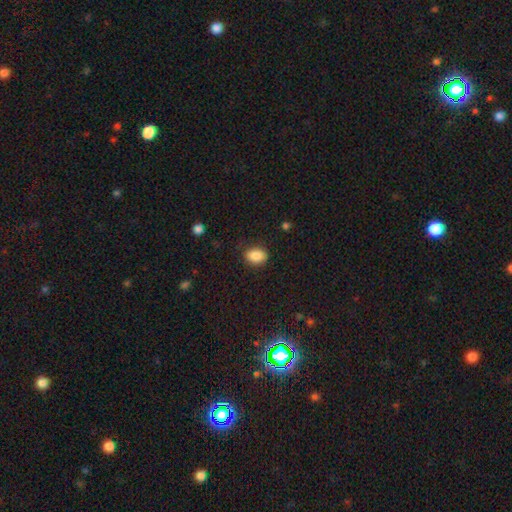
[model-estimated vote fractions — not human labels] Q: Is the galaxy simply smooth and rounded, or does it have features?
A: smooth — 88%.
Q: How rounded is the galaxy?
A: in between — 82%.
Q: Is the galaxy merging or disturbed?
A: none — 83%.